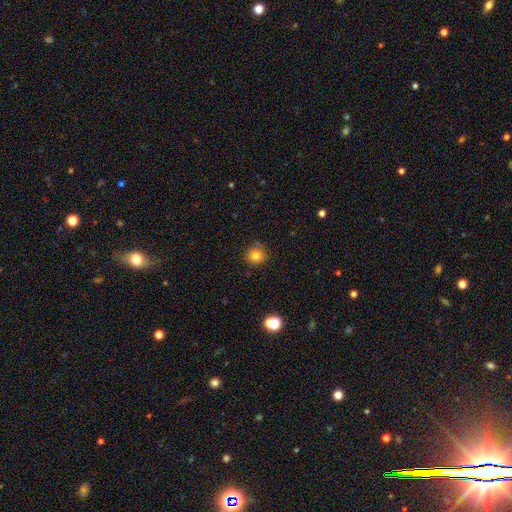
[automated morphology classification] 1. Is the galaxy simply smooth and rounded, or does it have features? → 81% smooth, 13% star or artifact, 6% featured or disk.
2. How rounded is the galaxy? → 91% round, 8% in between, 1% cigar-shaped.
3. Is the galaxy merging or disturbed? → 84% none, 10% minor disturbance, 4% merger, 2% major disturbance.